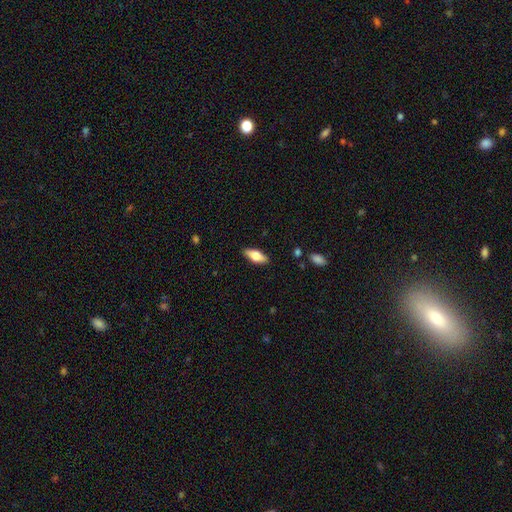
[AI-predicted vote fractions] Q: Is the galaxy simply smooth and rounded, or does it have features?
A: smooth — 64%.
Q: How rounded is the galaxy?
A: in between — 73%.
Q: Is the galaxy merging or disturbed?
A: none — 88%.